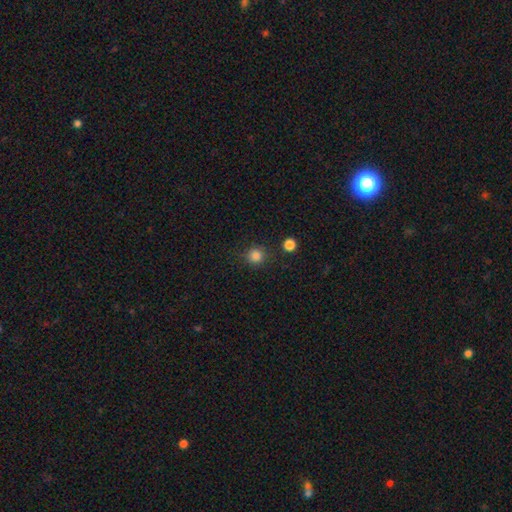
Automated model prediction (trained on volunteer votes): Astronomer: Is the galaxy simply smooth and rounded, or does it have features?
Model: smooth — 84%.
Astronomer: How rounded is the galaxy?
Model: round — 93%.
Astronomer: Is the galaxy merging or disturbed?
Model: none — 86%.